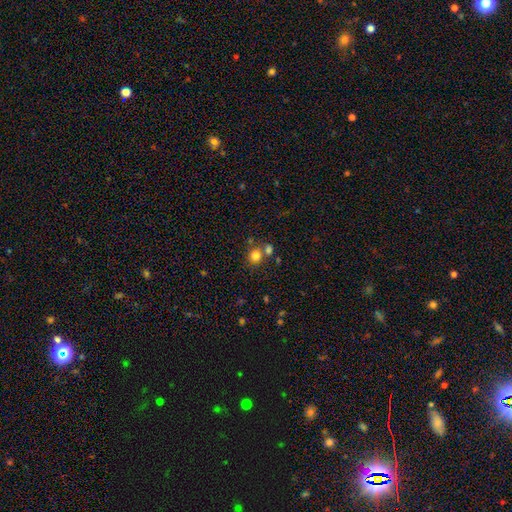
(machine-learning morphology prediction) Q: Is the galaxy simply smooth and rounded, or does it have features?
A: smooth — 80%.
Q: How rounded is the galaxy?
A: round — 84%.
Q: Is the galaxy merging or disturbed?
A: none — 63%.